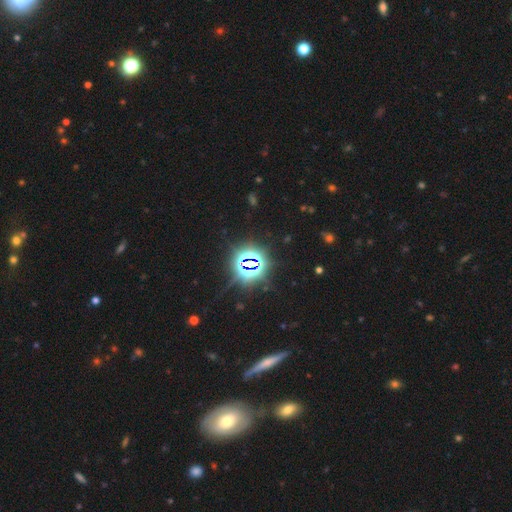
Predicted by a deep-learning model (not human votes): The model was most divided on "smooth or featured": star or artifact: 82%, smooth: 11%, featured or disk: 7%.